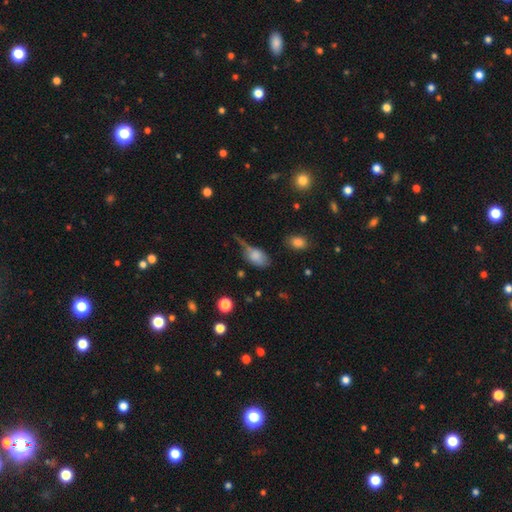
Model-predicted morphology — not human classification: Smooth or featured? smooth (76%)
How rounded? in between (87%)
Merging? minor disturbance (33%)